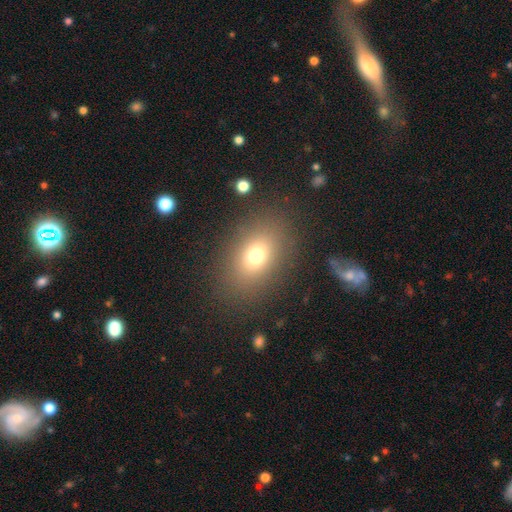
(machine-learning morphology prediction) Overall: smooth (73%). How rounded: in between (76%). Merging: none (83%).